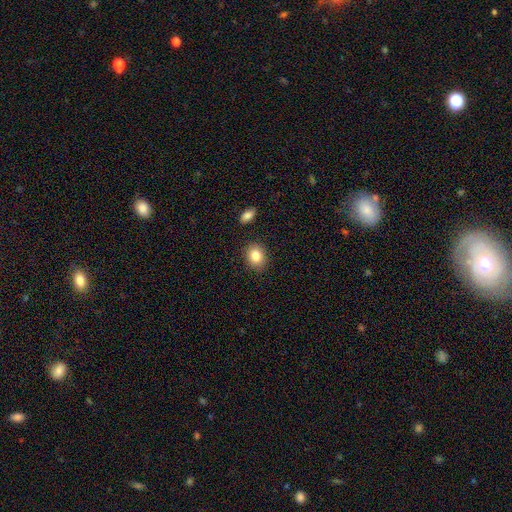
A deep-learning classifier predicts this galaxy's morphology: Smooth or featured? smooth (84%)
How rounded? round (51%)
Merging? none (87%)